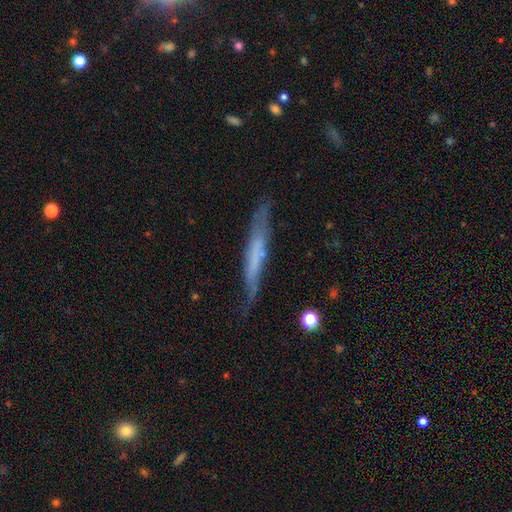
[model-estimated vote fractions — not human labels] smooth-or-featured: featured or disk: 49% | smooth: 44% | star or artifact: 7%
  merging: none: 64% | minor disturbance: 25% | major disturbance: 8% | merger: 3%